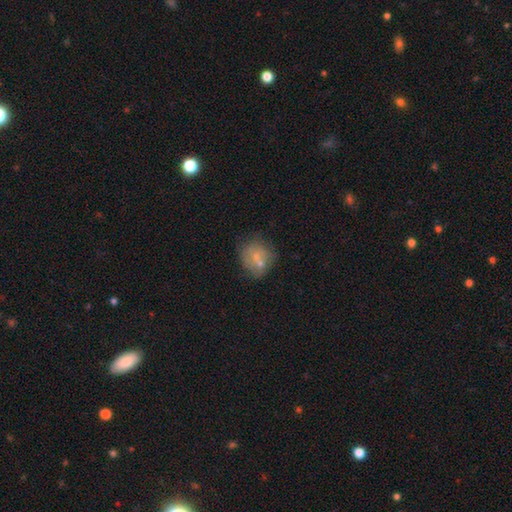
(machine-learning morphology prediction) Q: Smooth or featured?
A: smooth (60%); runner-up: featured or disk (29%)
Q: How rounded?
A: round (73%); runner-up: in between (26%)
Q: Merging?
A: none (46%); runner-up: merger (28%)